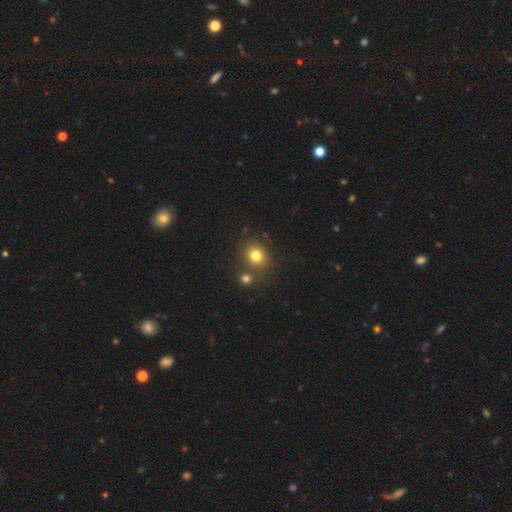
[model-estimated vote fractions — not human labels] Smooth or featured? smooth (79%)
How rounded? round (76%)
Merging? none (72%)